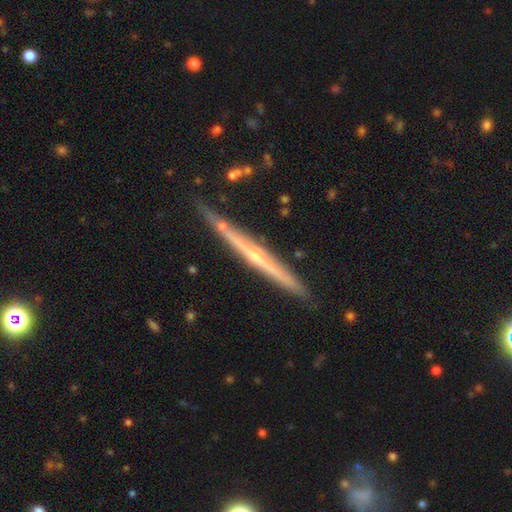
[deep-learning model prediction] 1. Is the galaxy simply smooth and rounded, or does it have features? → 81% featured or disk, 14% smooth, 6% star or artifact.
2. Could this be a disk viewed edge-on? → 98% yes, 2% no.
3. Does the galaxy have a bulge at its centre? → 73% rounded, 23% none, 4% boxy.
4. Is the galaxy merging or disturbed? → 83% none, 12% minor disturbance, 3% merger, 2% major disturbance.